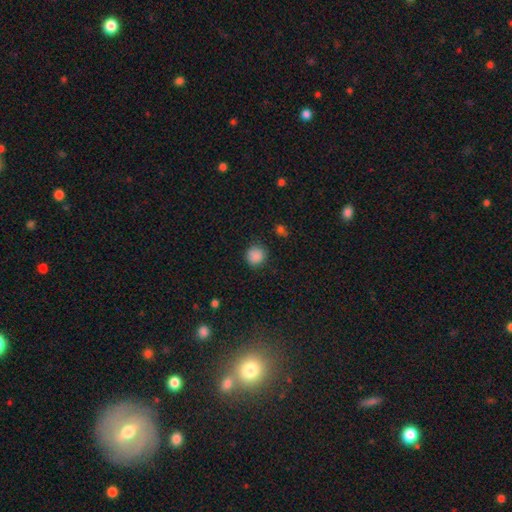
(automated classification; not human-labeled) Smooth or featured?
  - smooth: 86% *
  - star or artifact: 11%
  - featured or disk: 3%
How rounded?
  - round: 89% *
  - in between: 10%
  - cigar-shaped: 1%
Merging?
  - none: 85% *
  - minor disturbance: 10%
  - major disturbance: 3%
  - merger: 2%